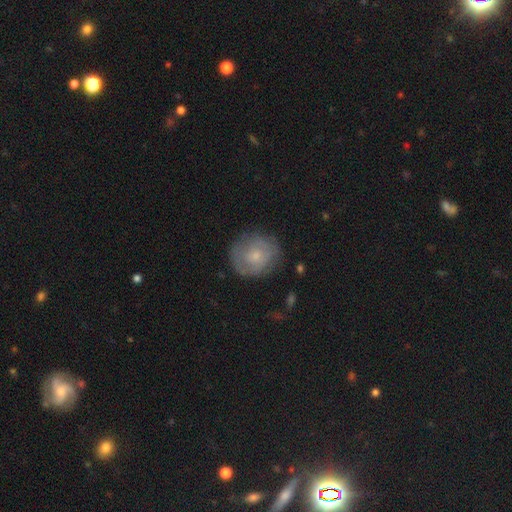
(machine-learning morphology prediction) Smooth or featured?
  - smooth: 56% *
  - featured or disk: 37%
  - star or artifact: 8%
How rounded?
  - round: 82% *
  - in between: 17%
  - cigar-shaped: 1%
Merging?
  - none: 74% *
  - minor disturbance: 18%
  - major disturbance: 6%
  - merger: 1%